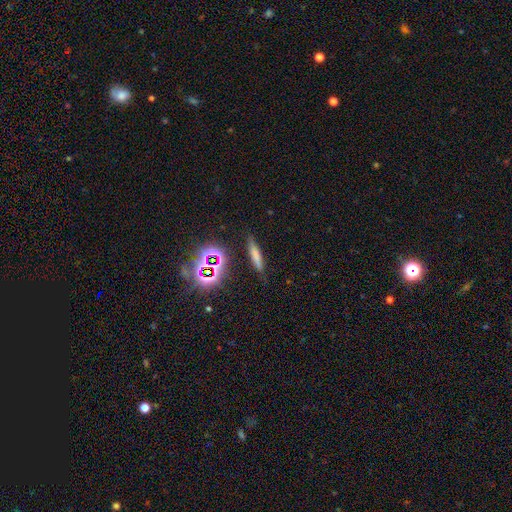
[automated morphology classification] type=smooth (61%); roundness=cigar-shaped (84%); merging=none (81%).